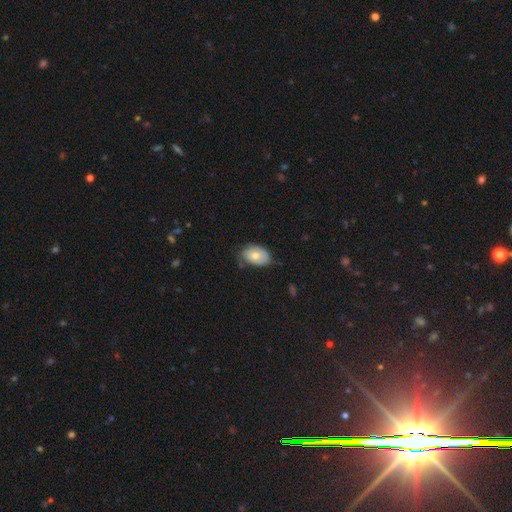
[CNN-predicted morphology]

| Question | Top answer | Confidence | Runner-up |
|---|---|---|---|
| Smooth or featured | smooth | 67% | featured or disk (26%) |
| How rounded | in between | 86% | round (12%) |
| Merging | none | 59% | minor disturbance (33%) |